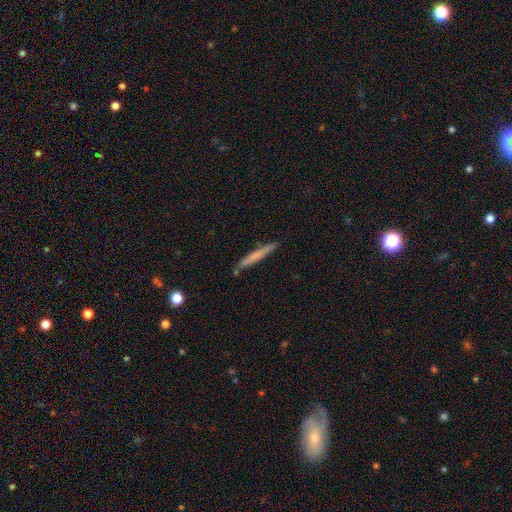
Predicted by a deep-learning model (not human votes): The model was most divided on "smooth or featured": smooth: 63%, featured or disk: 31%, star or artifact: 6%. More confident: how rounded — cigar-shaped (96%); merging — none (87%).